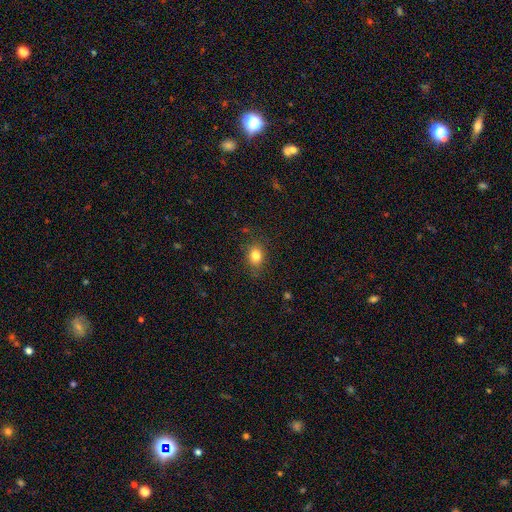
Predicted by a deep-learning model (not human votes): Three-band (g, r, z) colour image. It shows a smooth galaxy with no disk features (82%) that is in between round and cigar-shaped (58%). Merging: none (82%).